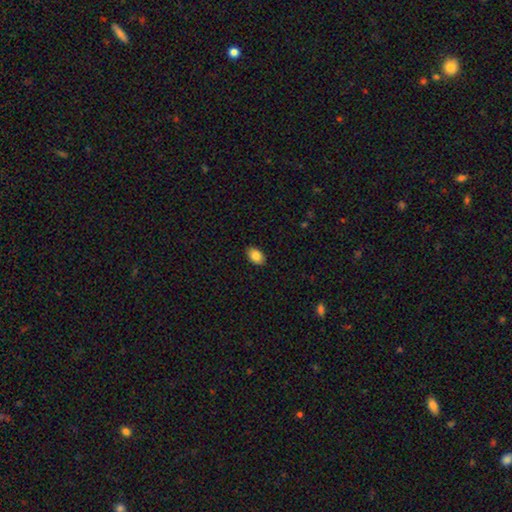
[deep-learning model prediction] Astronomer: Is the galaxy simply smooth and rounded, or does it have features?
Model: smooth — 85%.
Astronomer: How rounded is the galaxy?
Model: in between — 87%.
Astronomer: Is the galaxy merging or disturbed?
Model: none — 88%.